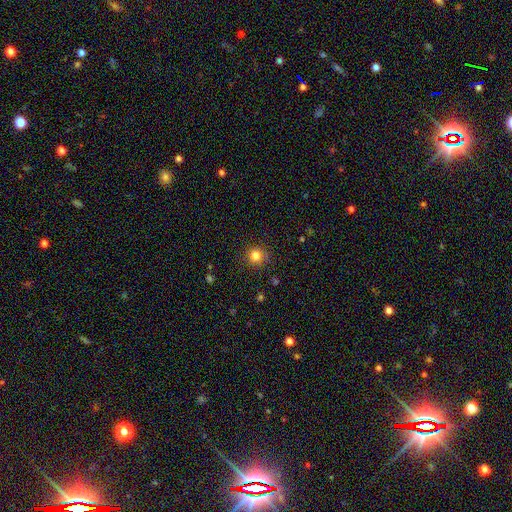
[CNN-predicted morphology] type=smooth (82%); roundness=round (93%); merging=none (88%).